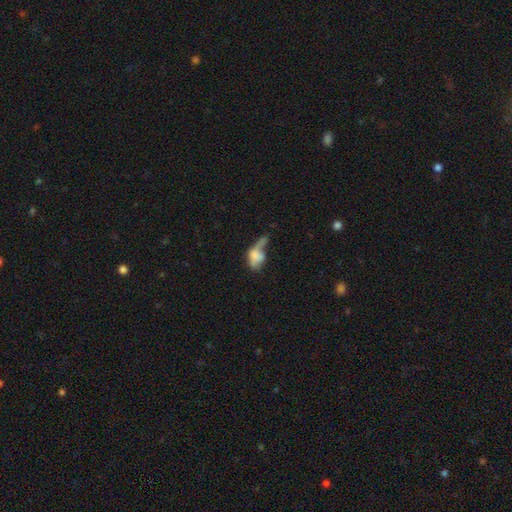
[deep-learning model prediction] Morphology: type=smooth (56%); roundness=in between (77%); merging=major disturbance (36%).